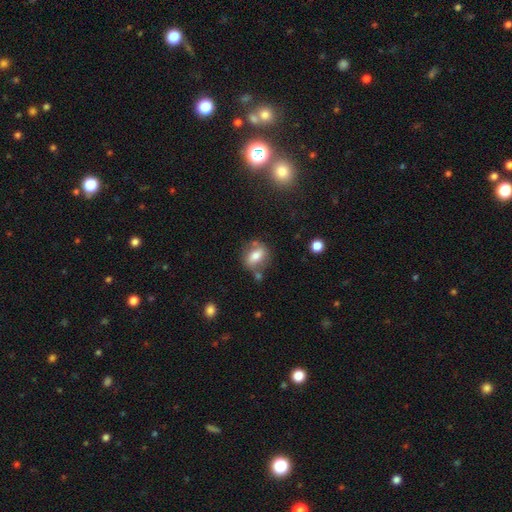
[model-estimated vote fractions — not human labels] A smooth galaxy with no disk features (68%) that is in between round and cigar-shaped (67%). Merging: none (66%).